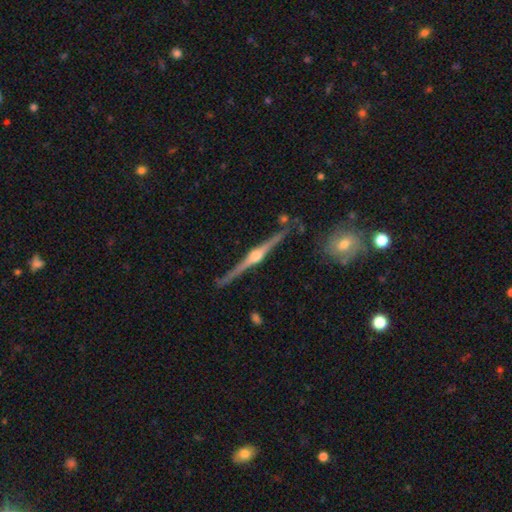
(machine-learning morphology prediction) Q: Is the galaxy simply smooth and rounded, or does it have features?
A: featured or disk — 88%.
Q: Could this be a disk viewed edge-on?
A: yes — 98%.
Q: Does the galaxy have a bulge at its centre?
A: rounded — 95%.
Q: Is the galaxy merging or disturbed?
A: none — 87%.